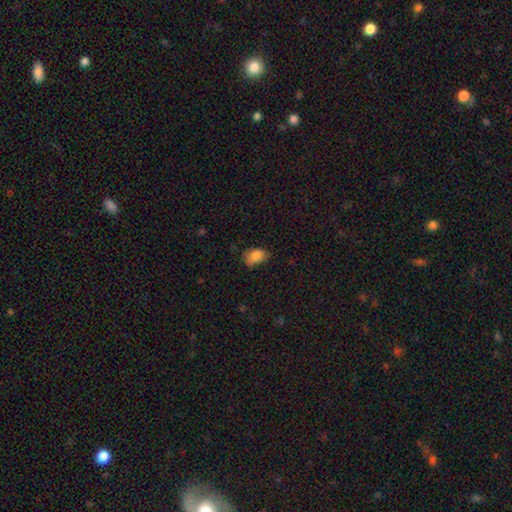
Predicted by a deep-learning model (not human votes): Q: Smooth or featured?
A: smooth (84%); runner-up: star or artifact (9%)
Q: How rounded?
A: in between (83%); runner-up: round (16%)
Q: Merging?
A: none (61%); runner-up: minor disturbance (31%)